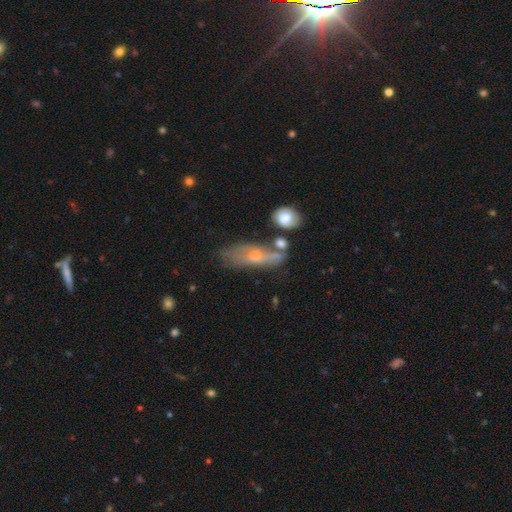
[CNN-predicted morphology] Smooth or featured? Predicted: featured or disk (p=0.51). Edge-on disk? Predicted: no (p=0.67). Merging? Predicted: none (p=0.49).